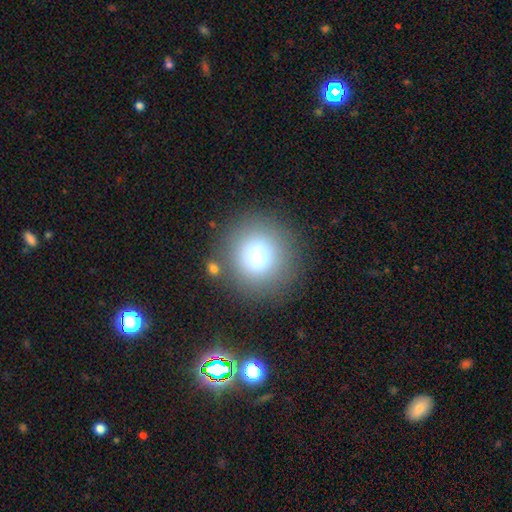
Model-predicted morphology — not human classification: This appears to be a smooth galaxy with no disk features (73%) that is round (88%). Merging: none (80%).